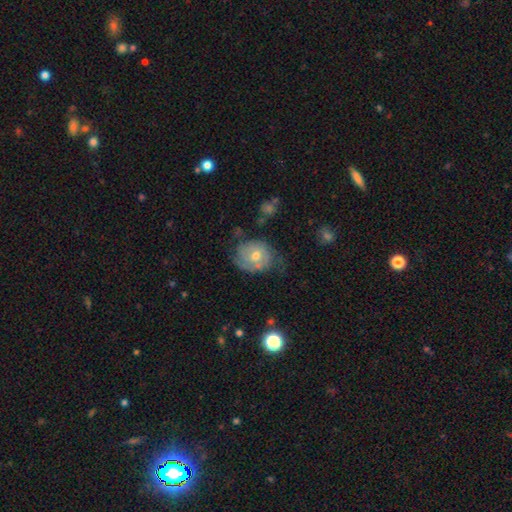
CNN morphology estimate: This appears to be a featured or disk galaxy (58%) with no bar (79%), spiral arms (74%) and a moderate central bulge (66%). Merging: none (53%).